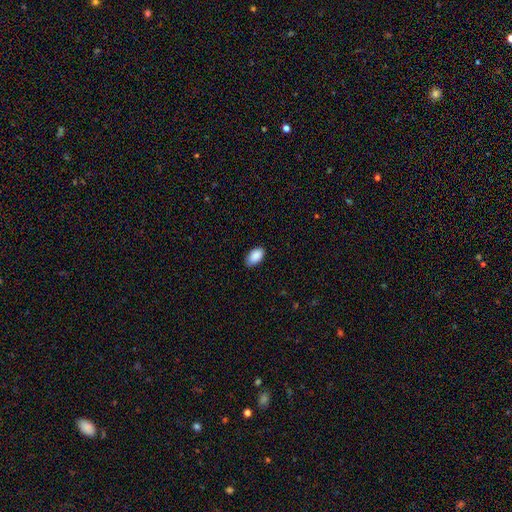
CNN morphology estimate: A smooth galaxy with no disk features (90%) that is in between round and cigar-shaped (94%). Merging: none (81%).